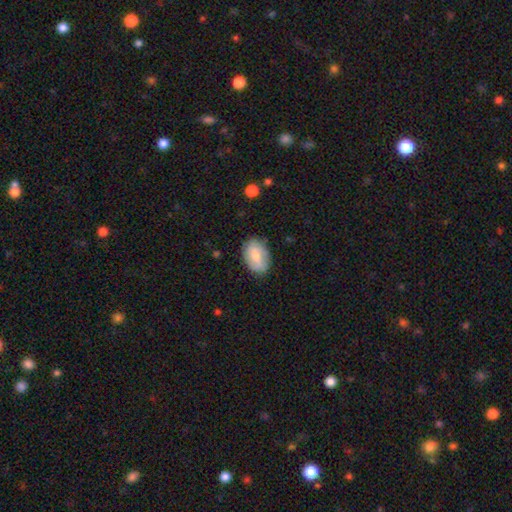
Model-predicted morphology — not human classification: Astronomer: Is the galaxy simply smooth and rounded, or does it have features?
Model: smooth — 70%.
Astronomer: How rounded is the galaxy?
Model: in between — 87%.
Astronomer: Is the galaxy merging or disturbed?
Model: none — 80%.